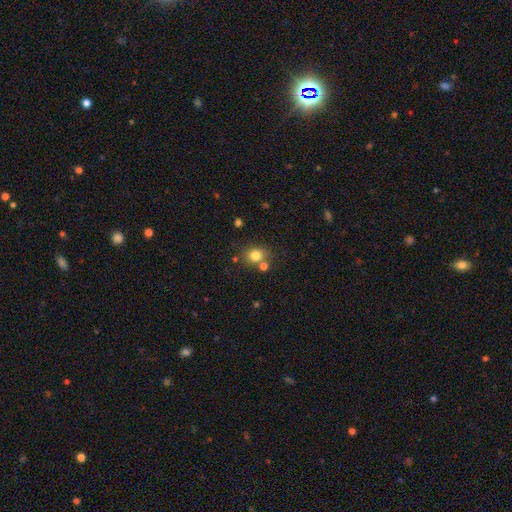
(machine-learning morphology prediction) Smooth or featured? Predicted: smooth (p=0.79). How rounded? Predicted: round (p=0.70). Merging? Predicted: none (p=0.68).